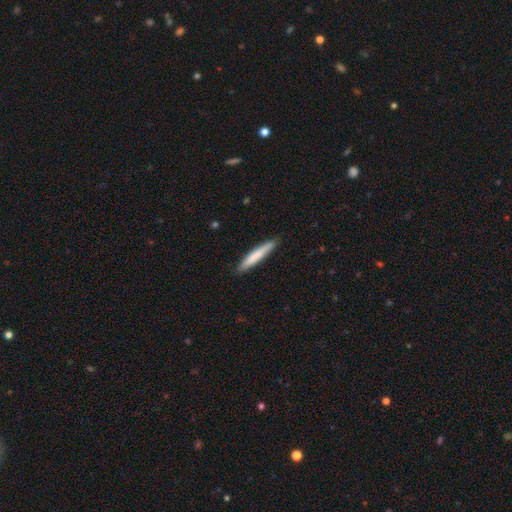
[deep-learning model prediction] Smooth or featured? smooth (75%)
How rounded? cigar-shaped (94%)
Merging? none (89%)